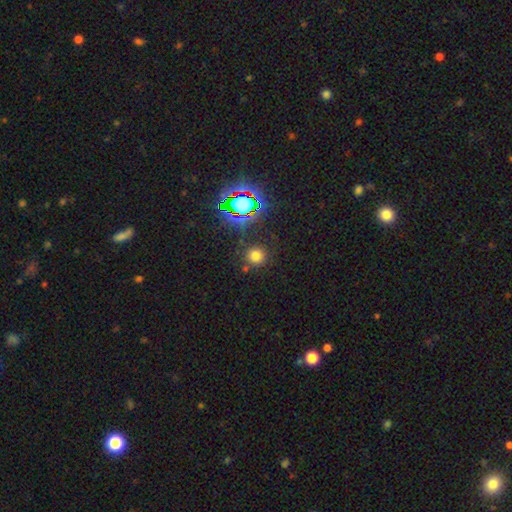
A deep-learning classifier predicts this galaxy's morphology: This is likely a smooth galaxy (68%). How rounded: clearly round (93%). Merging: clearly none (84%).